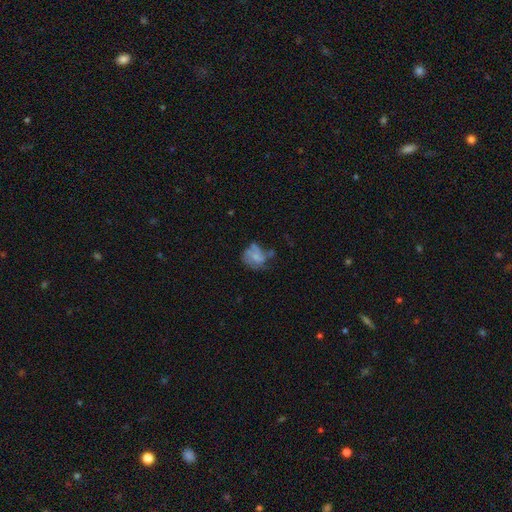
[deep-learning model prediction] Smooth or featured: featured or disk — 49% (smooth — 41%)
Merging: none — 37% (major disturbance — 26%)